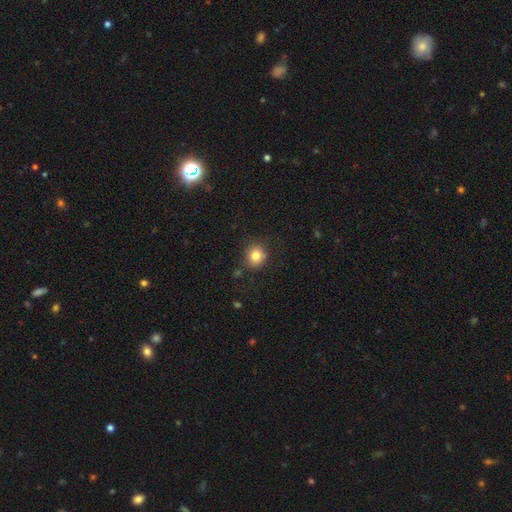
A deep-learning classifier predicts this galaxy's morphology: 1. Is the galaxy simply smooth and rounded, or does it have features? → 80% smooth, 12% star or artifact, 8% featured or disk.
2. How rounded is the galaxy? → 86% round, 13% in between, 1% cigar-shaped.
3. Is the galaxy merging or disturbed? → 84% none, 10% minor disturbance, 3% major disturbance, 3% merger.